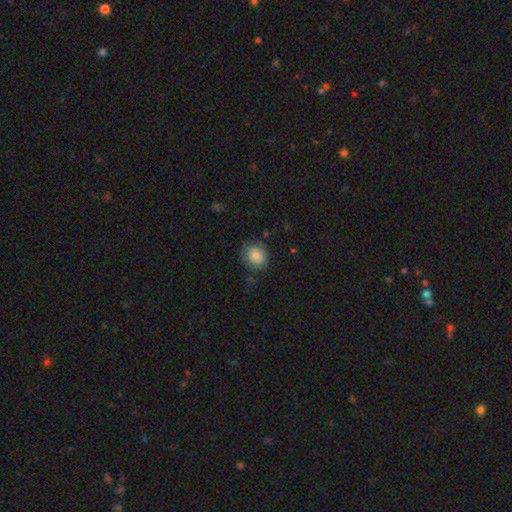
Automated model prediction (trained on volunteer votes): smooth_or_featured: smooth (p=0.86) [alt: star or artifact p=0.08]
how_rounded: round (p=0.59) [alt: in between p=0.40]
merging: none (p=0.76) [alt: minor disturbance p=0.18]